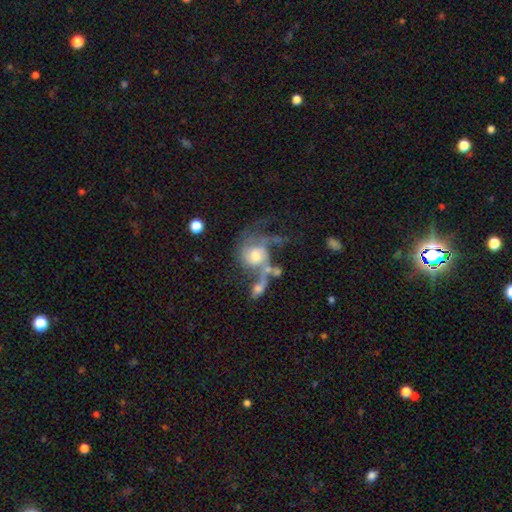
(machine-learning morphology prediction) This is likely a featured or disk galaxy (73%). It is clearly not viewed edge-on (97%). Bar: likely no (69%). Spiral arm pattern: clearly yes (84%). Spiral arm count: marginally 2 (39%). Spiral winding: marginally medium (40%, tied with loose). Central bulge: possibly moderate (59%). Merging: marginally major disturbance (34%).